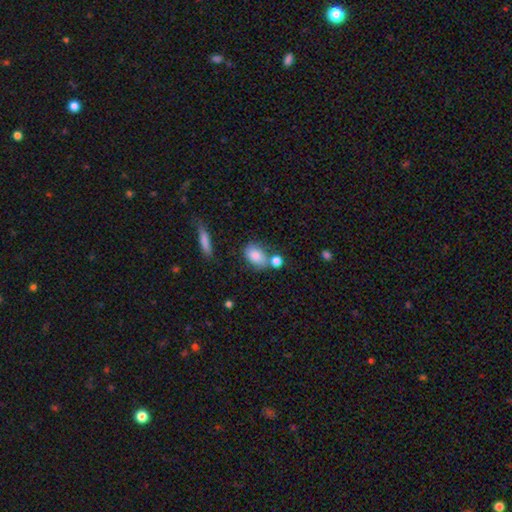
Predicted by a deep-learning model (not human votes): Morphology: type=smooth (80%); roundness=in between (80%); merging=none (52%).